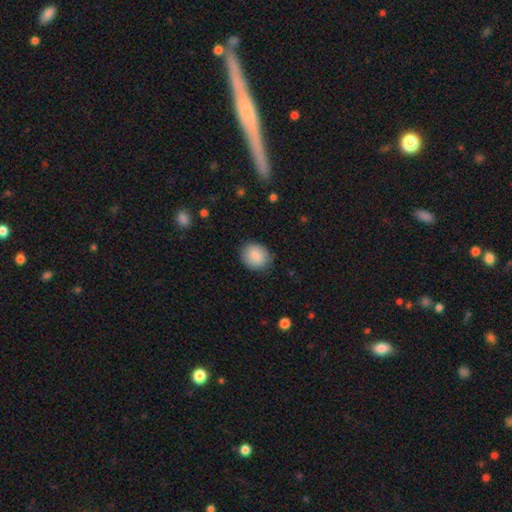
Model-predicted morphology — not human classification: A smooth galaxy with no disk features (86%) that is round (66%).

Vote fractions:
- Smooth or featured? smooth: 86% / featured or disk: 7% / star or artifact: 7%
- How rounded? round: 66% / in between: 33% / cigar-shaped: 1%
- Merging? none: 83% / minor disturbance: 13% / major disturbance: 3% / merger: 1%